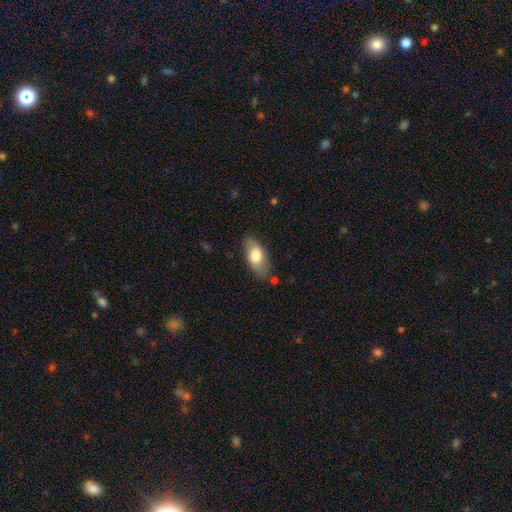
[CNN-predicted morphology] This appears to be a smooth galaxy with no disk features (76%) that is in between round and cigar-shaped (88%). Merging: none (74%).